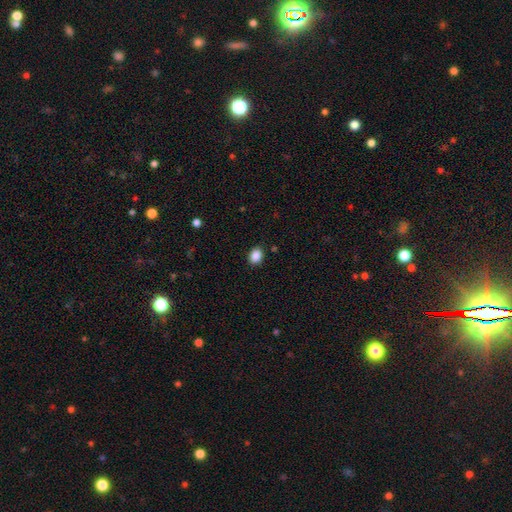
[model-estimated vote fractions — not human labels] Overall: smooth (88%). How rounded: in between (57%; round 42%). Merging: none (88%).